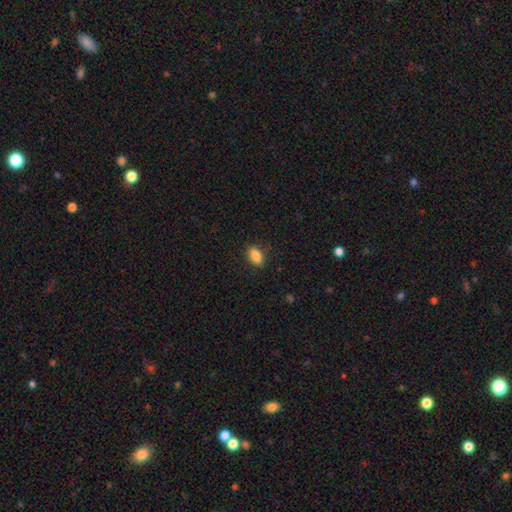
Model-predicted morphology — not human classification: This is clearly a smooth galaxy (87%). How rounded: clearly in between (90%). Merging: clearly none (86%).